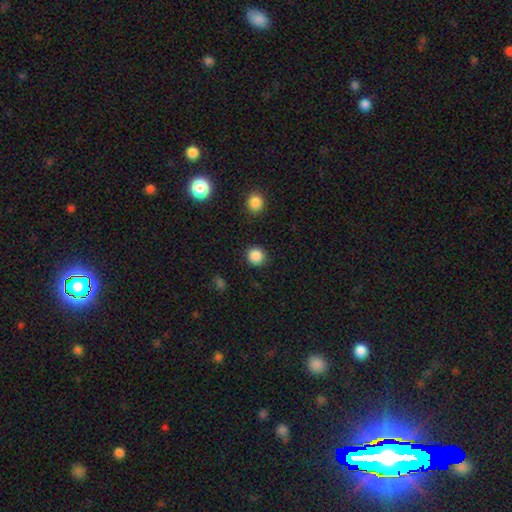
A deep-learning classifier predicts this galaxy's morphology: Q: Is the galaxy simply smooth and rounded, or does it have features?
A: smooth — 87%.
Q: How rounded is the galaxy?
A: round — 92%.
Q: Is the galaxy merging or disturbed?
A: none — 90%.